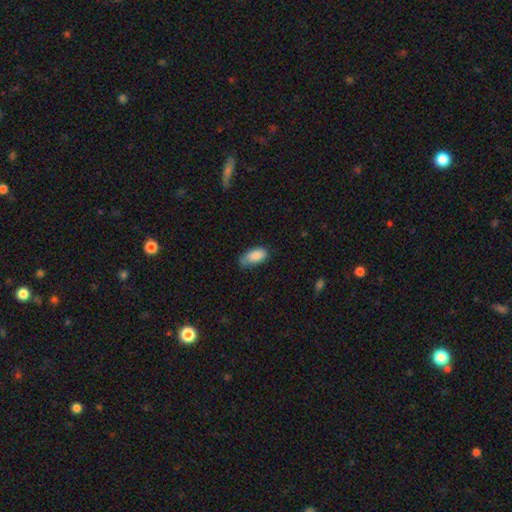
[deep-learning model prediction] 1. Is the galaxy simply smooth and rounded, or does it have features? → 86% smooth, 7% star or artifact, 7% featured or disk.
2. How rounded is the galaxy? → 92% in between, 6% cigar-shaped, 3% round.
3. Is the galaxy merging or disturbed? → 54% none, 37% minor disturbance, 7% major disturbance, 2% merger.